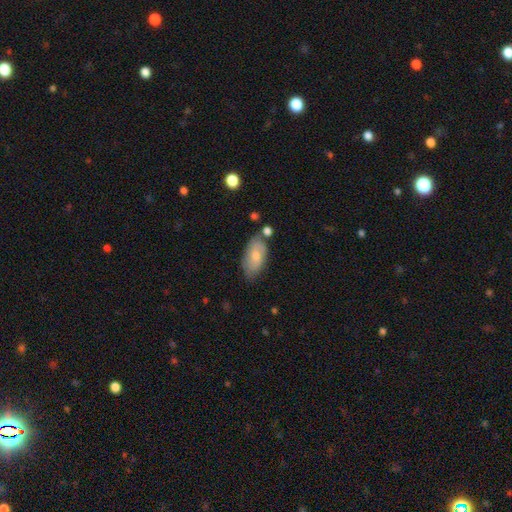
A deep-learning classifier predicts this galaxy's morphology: Overall: smooth (71%). How rounded: in between (92%). Merging: none (65%).